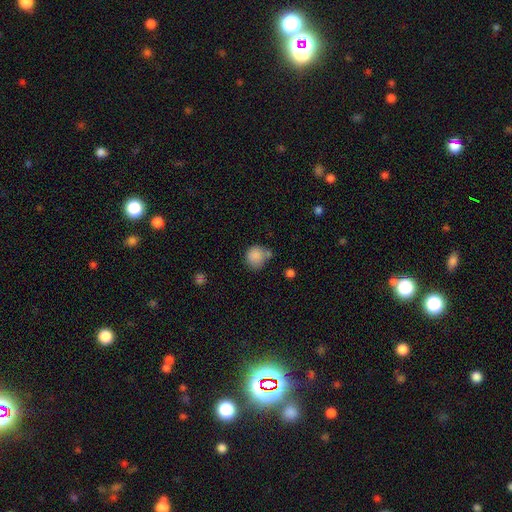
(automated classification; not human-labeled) Morphology: type=smooth (85%); roundness=round (84%); merging=none (55%).